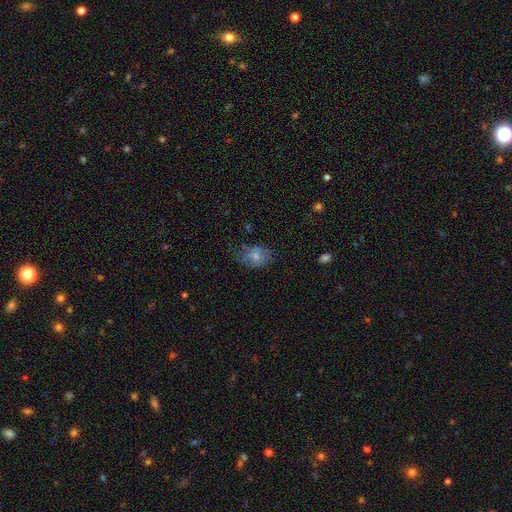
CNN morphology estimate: smooth 71%, featured or disk 19%, star or artifact 10%. Down the decision tree: how rounded — in between (66%); merging — none (49%).